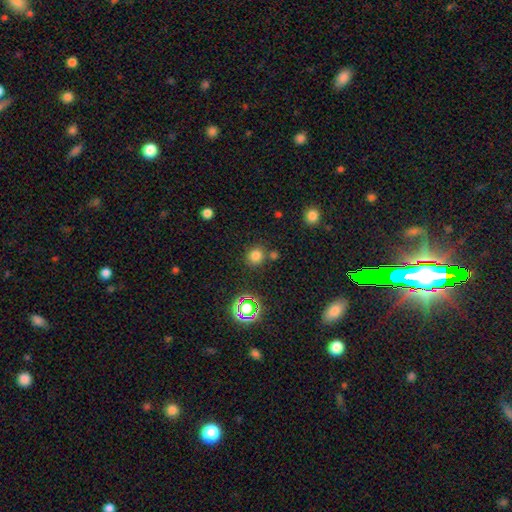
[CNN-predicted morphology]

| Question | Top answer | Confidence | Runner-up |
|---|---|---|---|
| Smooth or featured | smooth | 76% | star or artifact (19%) |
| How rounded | round | 84% | in between (15%) |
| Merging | none | 76% | merger (11%) |